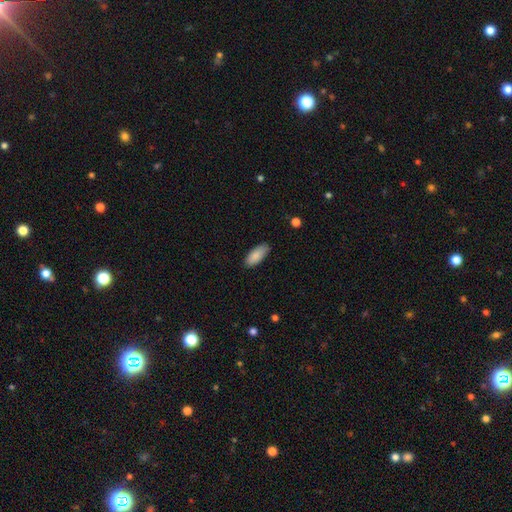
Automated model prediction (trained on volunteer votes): Q: Smooth or featured?
A: smooth (88%); runner-up: featured or disk (6%)
Q: How rounded?
A: in between (85%); runner-up: cigar-shaped (13%)
Q: Merging?
A: none (85%); runner-up: minor disturbance (12%)